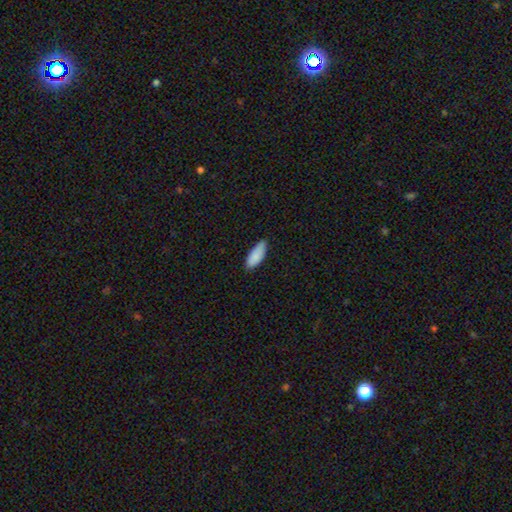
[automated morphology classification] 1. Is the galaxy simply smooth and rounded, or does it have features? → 88% smooth, 6% star or artifact, 6% featured or disk.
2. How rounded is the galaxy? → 78% in between, 21% cigar-shaped, 2% round.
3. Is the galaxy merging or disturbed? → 72% none, 24% minor disturbance, 3% major disturbance, 1% merger.